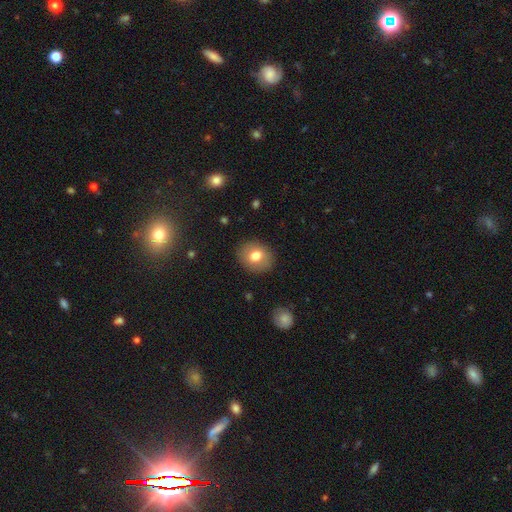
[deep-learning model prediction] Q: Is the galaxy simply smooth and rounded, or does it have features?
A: smooth — 75%.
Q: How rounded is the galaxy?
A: round — 67%.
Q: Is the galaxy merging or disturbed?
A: none — 88%.